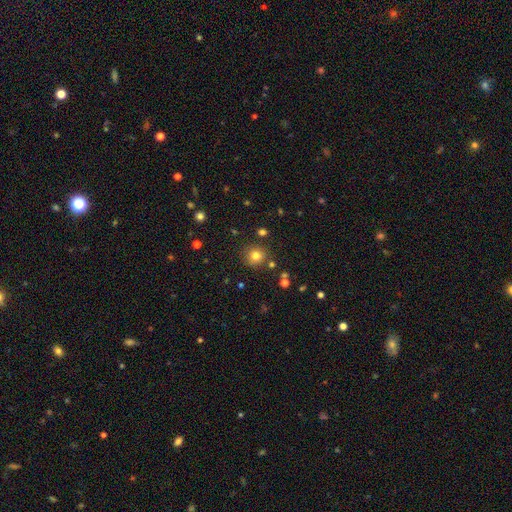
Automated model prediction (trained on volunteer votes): Morphology: type=smooth (78%); roundness=round (91%); merging=none (85%).